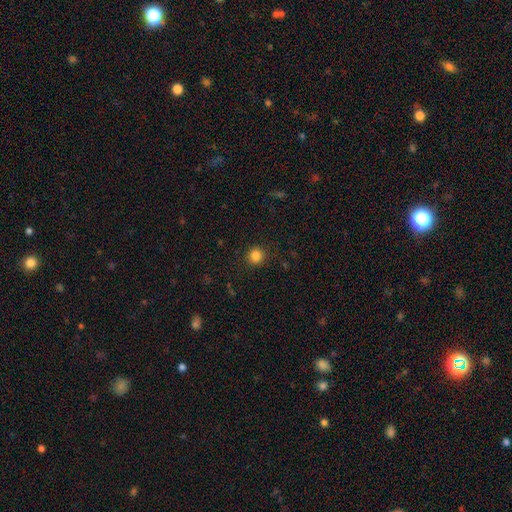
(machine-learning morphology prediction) smooth-or-featured: smooth: 84% | star or artifact: 12% | featured or disk: 4%
  how-rounded: round: 93% | in between: 6% | cigar-shaped: 1%
  merging: none: 90% | minor disturbance: 6% | major disturbance: 2% | merger: 1%